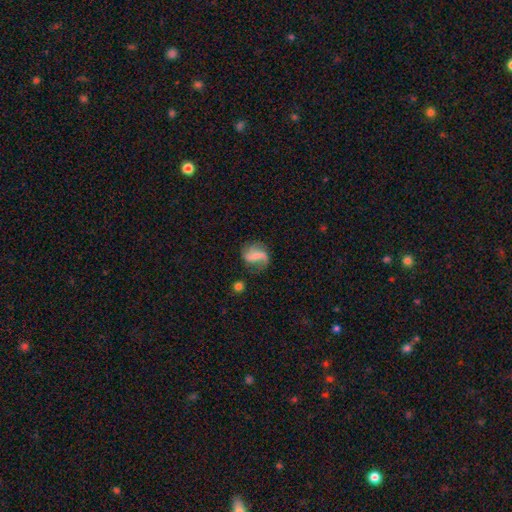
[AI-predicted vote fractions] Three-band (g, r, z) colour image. It shows a featured or disk galaxy (62%) with a weak bar (38%), 2 (68%) loose (66%) spiral arms (87%) and no central bulge (43%). Merging: none (54%).